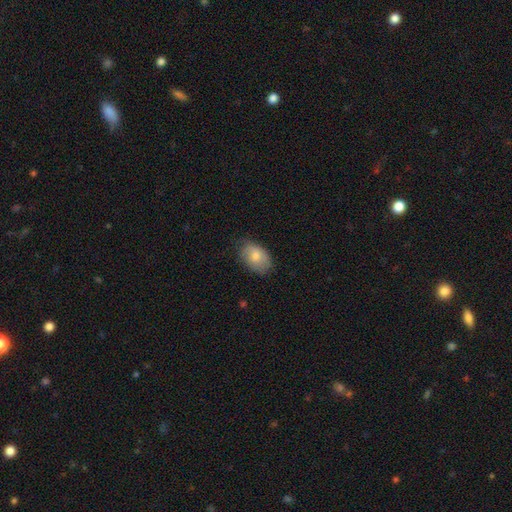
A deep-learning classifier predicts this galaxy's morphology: smooth_or_featured: smooth (p=0.74) [alt: featured or disk p=0.19]
how_rounded: in between (p=0.85) [alt: round p=0.13]
merging: none (p=0.73) [alt: minor disturbance p=0.22]